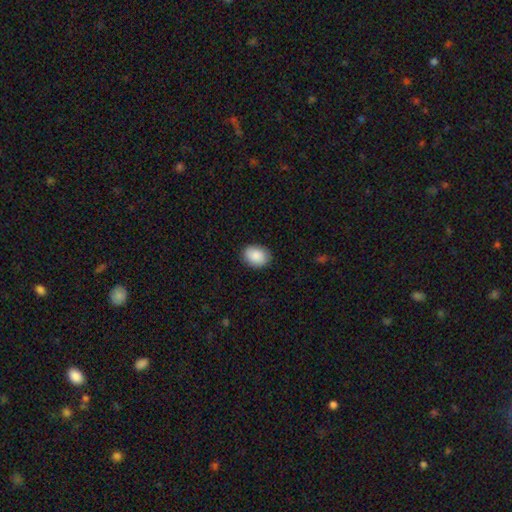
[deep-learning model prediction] smooth_or_featured: smooth (p=0.89) [alt: star or artifact p=0.07]
how_rounded: in between (p=0.69) [alt: round p=0.30]
merging: none (p=0.88) [alt: minor disturbance p=0.09]